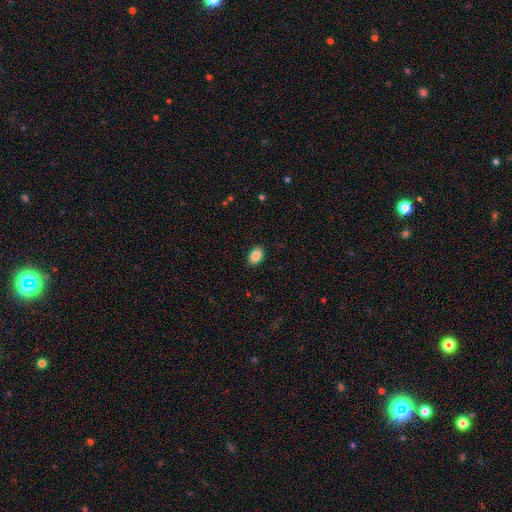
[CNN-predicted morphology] smooth_or_featured: smooth (p=0.87) [alt: star or artifact p=0.08]
how_rounded: in between (p=0.89) [alt: round p=0.10]
merging: none (p=0.89) [alt: minor disturbance p=0.08]